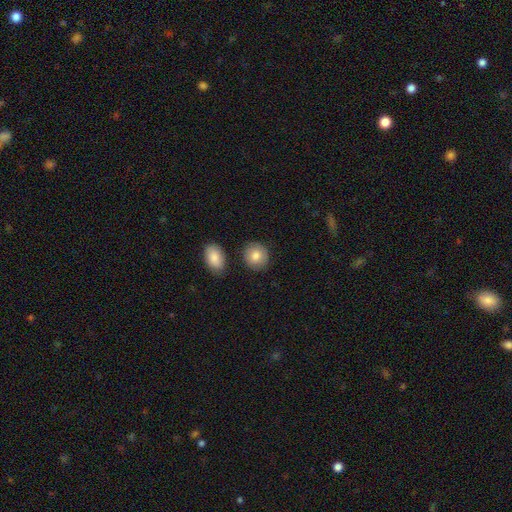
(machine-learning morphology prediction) Smooth or featured? smooth (82%)
How rounded? round (81%)
Merging? none (83%)